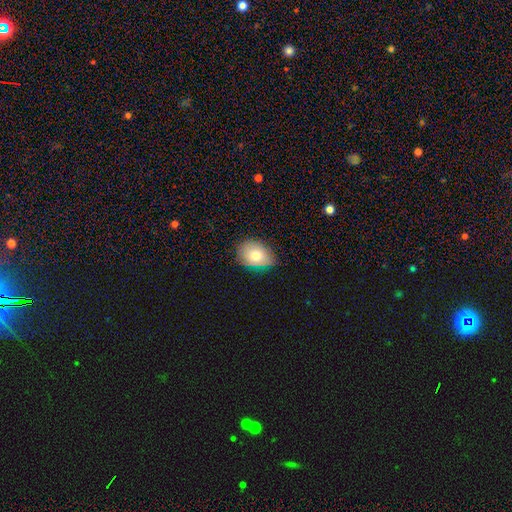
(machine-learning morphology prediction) This appears to be a smooth galaxy with no disk features (75%) that is in between round and cigar-shaped (71%). Merging: none (76%).